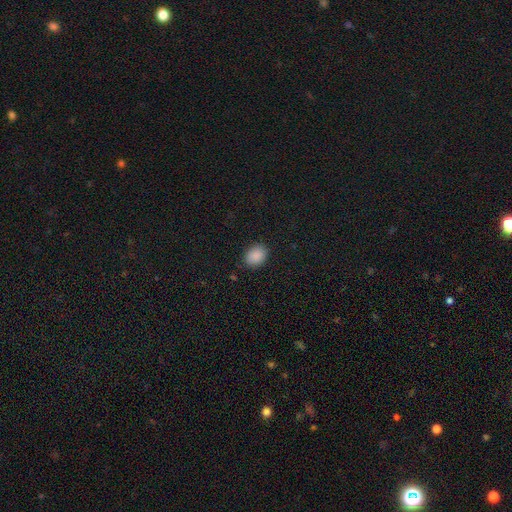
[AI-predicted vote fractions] Morphology: type=smooth (88%); roundness=in between (59%); merging=none (87%).